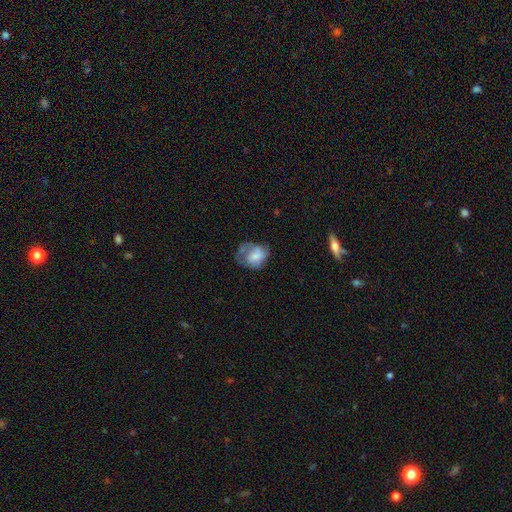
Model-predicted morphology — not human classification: This is likely a smooth galaxy (61%). How rounded: possibly in between (56%). Merging: marginally none (33%, tied with major disturbance).